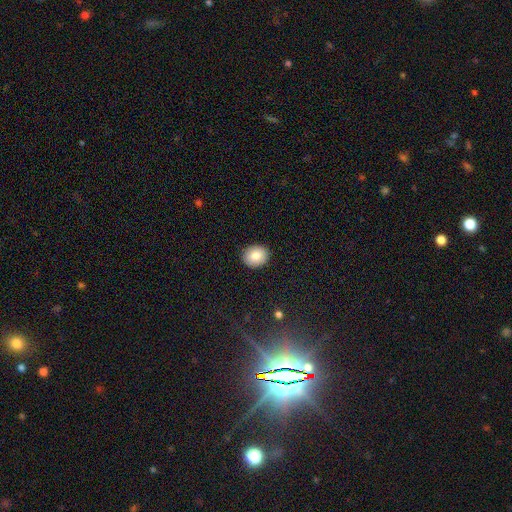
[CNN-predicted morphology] This is clearly a smooth galaxy (83%). How rounded: likely round (65%). Merging: clearly none (91%).